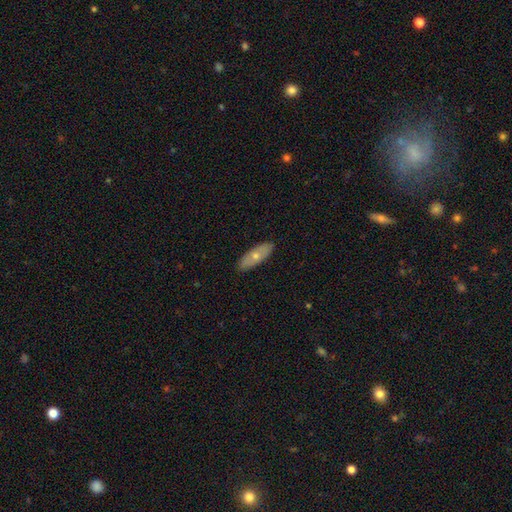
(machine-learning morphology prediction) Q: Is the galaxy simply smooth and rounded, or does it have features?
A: smooth — 58%.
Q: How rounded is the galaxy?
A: in between — 67%.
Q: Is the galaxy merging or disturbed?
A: none — 89%.